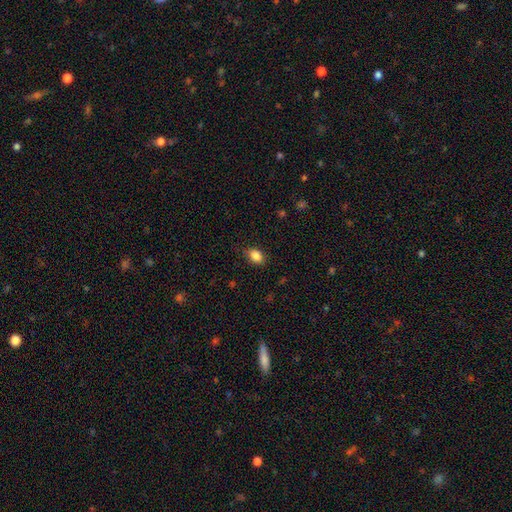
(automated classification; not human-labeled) Overall: smooth (86%). How rounded: in between (82%). Merging: none (84%).